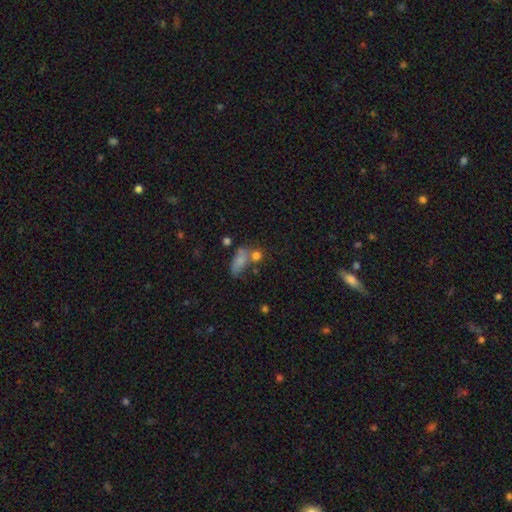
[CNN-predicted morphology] This is likely a smooth galaxy (77%). How rounded: possibly in between (47%). Merging: possibly none (46%).